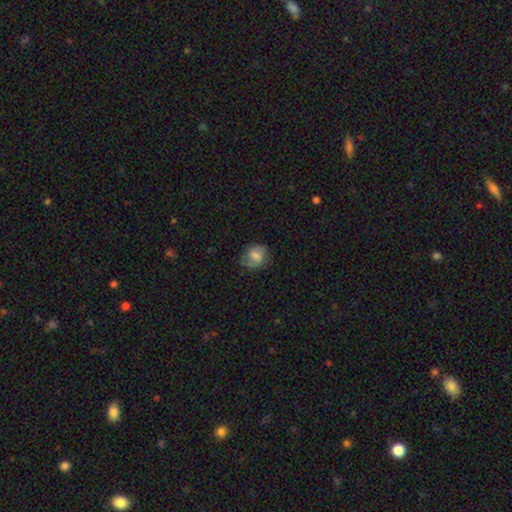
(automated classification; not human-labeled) smooth 57%, featured or disk 34%, star or artifact 9%. Down the decision tree: how rounded — round (60%); merging — none (62%).